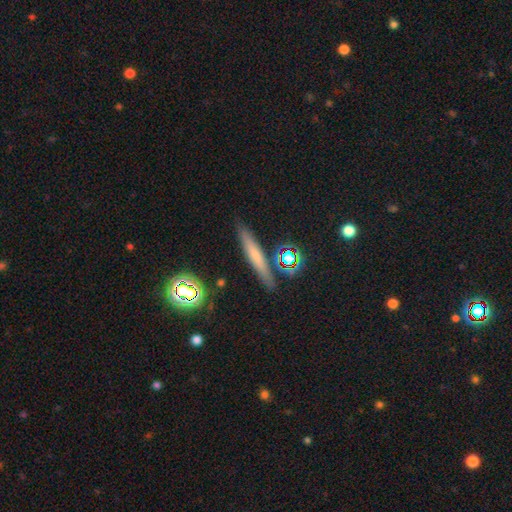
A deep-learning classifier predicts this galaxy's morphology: Smooth or featured? Predicted: smooth (p=0.59). How rounded? Predicted: cigar-shaped (p=0.90). Merging? Predicted: none (p=0.86).